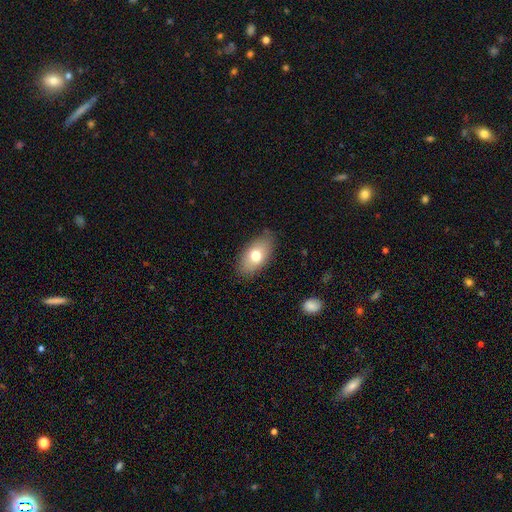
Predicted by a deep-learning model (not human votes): Morphology: type=smooth (73%); roundness=in between (91%); merging=none (80%).